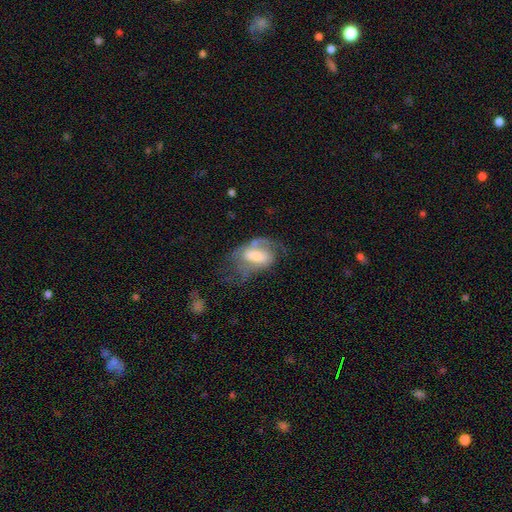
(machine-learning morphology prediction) featured or disk 62%, smooth 30%, star or artifact 7%. Down the decision tree: edge-on disk — no (96%); bar — no (41%); spiral arms — yes (73%); bulge size — moderate (48%); merging — major disturbance (38%).